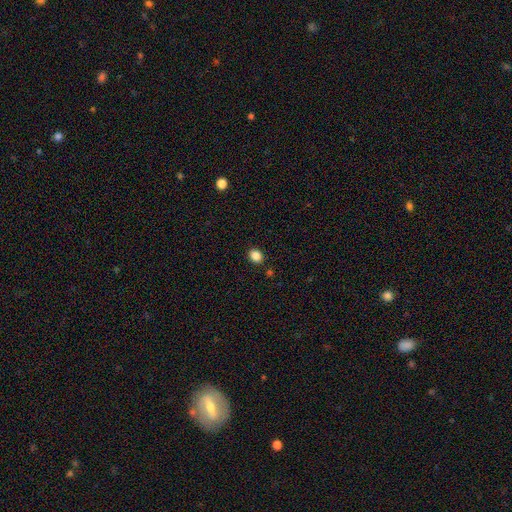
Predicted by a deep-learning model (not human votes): A smooth galaxy with no disk features (86%) that is round (53%).

Vote fractions:
- Smooth or featured? smooth: 86% / star or artifact: 10% / featured or disk: 4%
- How rounded? round: 53% / in between: 46% / cigar-shaped: 1%
- Merging? none: 88% / minor disturbance: 7% / merger: 2% / major disturbance: 2%